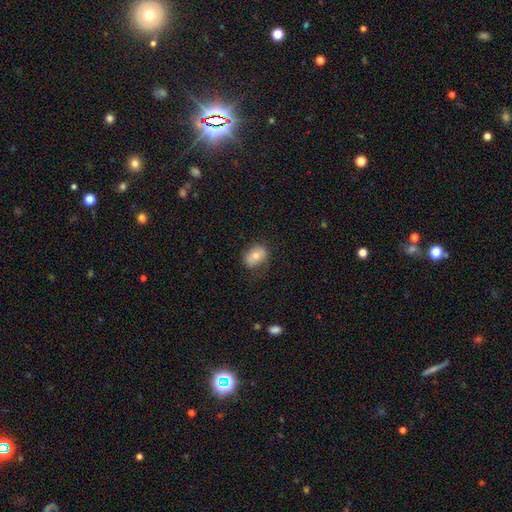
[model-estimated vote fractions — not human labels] Smooth or featured? smooth (70%)
How rounded? in between (64%)
Merging? none (75%)